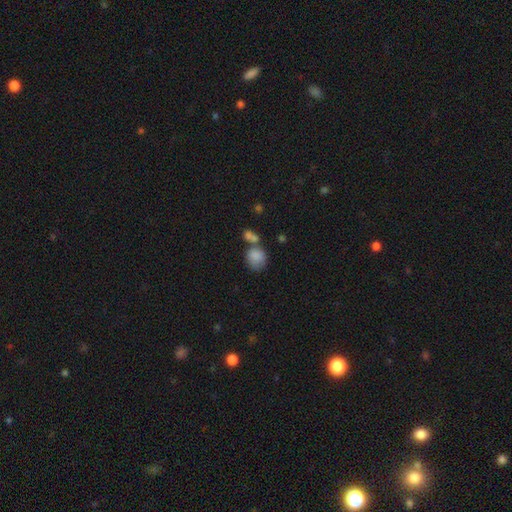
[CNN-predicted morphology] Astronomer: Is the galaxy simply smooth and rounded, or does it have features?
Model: smooth — 81%.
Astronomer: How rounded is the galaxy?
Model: round — 63%.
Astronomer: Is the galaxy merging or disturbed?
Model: merger — 39% (runner-up: none, 35%).